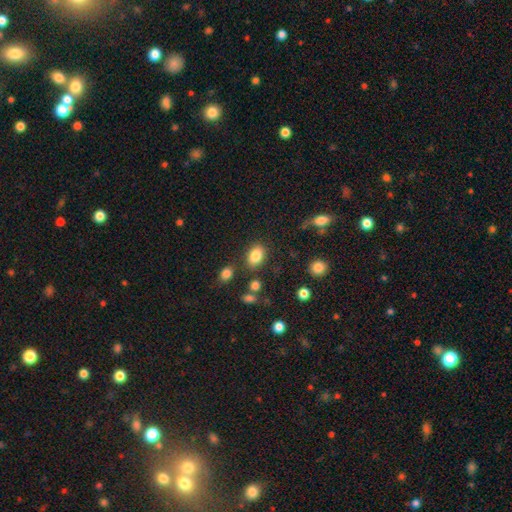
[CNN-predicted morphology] Smooth or featured? smooth (85%)
How rounded? in between (83%)
Merging? none (79%)